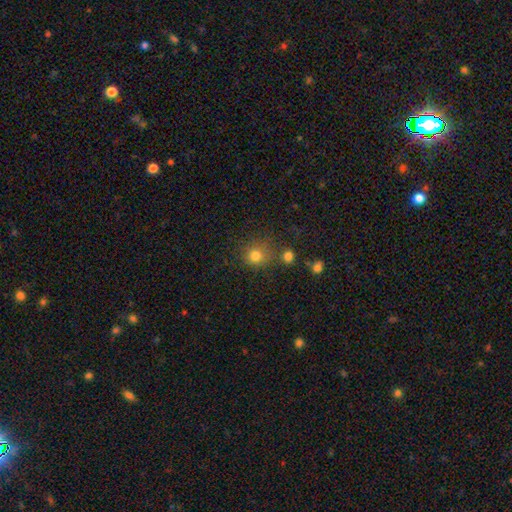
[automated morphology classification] This appears to be a smooth galaxy with no disk features (79%) that is round (88%). Merging: none (73%).